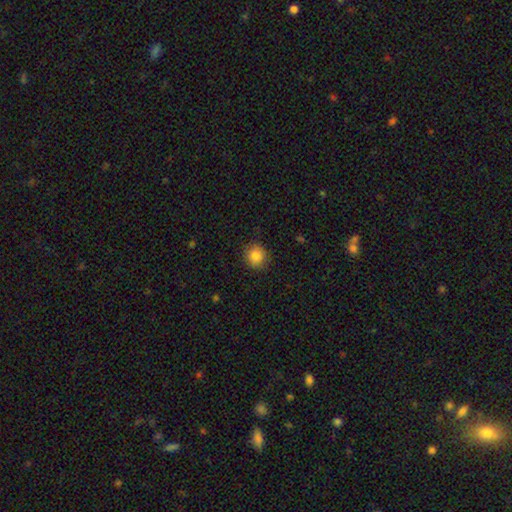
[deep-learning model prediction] smooth_or_featured: smooth (p=0.86) [alt: star or artifact p=0.09]
how_rounded: round (p=0.89) [alt: in between p=0.10]
merging: none (p=0.87) [alt: minor disturbance p=0.09]